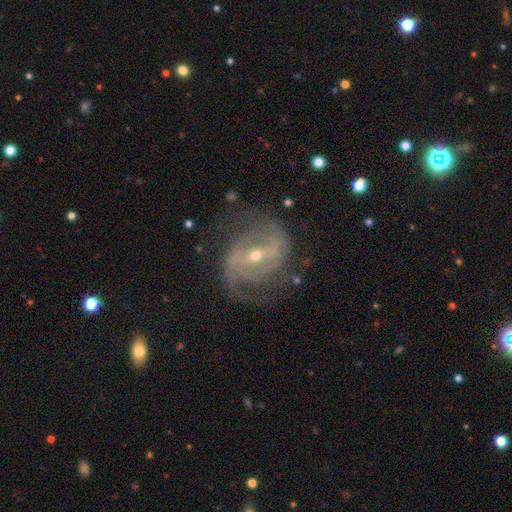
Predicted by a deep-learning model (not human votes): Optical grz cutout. It shows a featured or disk galaxy (89%) with a strong bar (47%), 2 (71%) medium (50%) spiral arms (95%) and a small central bulge (58%). Merging: none (68%).